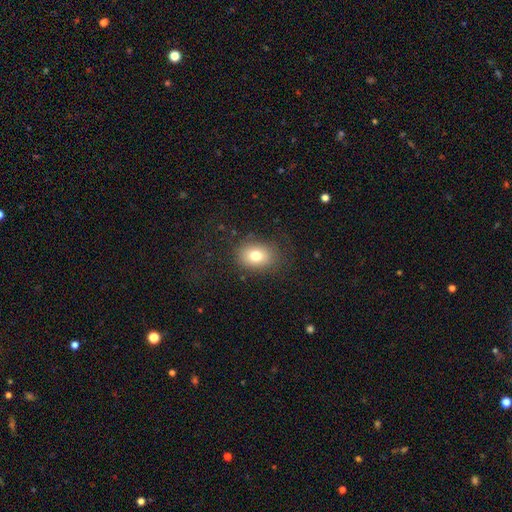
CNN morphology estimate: type=smooth (77%); roundness=in between (61%); merging=none (80%).